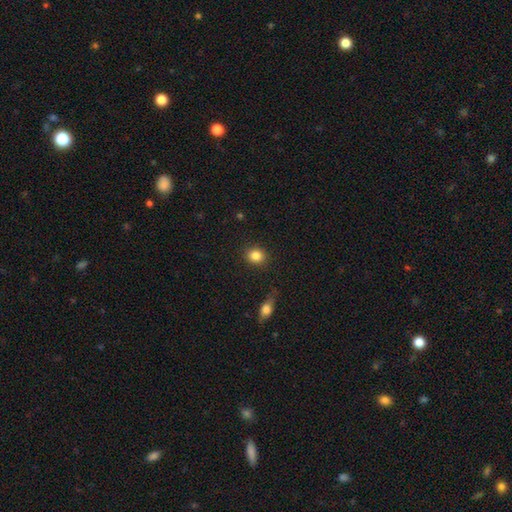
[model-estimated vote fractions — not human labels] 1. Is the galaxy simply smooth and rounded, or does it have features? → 84% smooth, 10% star or artifact, 6% featured or disk.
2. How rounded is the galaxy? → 77% round, 22% in between, 1% cigar-shaped.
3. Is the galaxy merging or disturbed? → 89% none, 7% minor disturbance, 2% major disturbance, 2% merger.